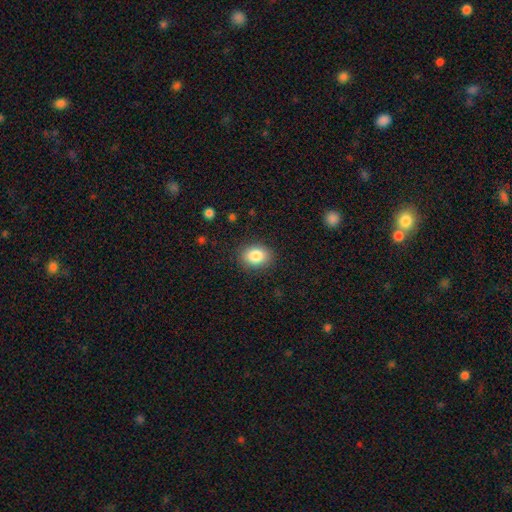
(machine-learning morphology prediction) smooth-or-featured: smooth: 85% | star or artifact: 8% | featured or disk: 6%
  how-rounded: in between: 59% | round: 40% | cigar-shaped: 1%
  merging: none: 87% | minor disturbance: 9% | major disturbance: 3% | merger: 1%